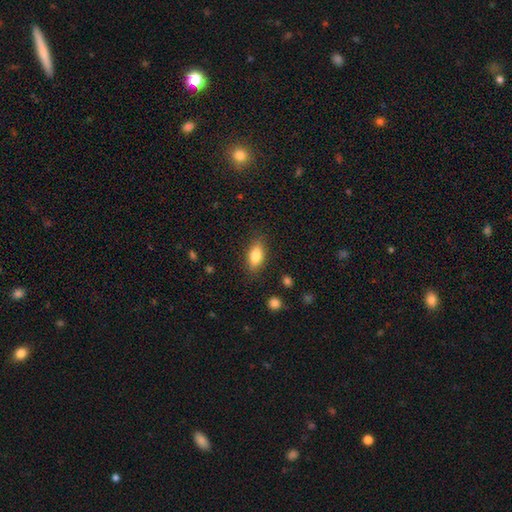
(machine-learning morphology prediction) A smooth galaxy with no disk features (81%) that is in between round and cigar-shaped (84%). Merging: none (85%).